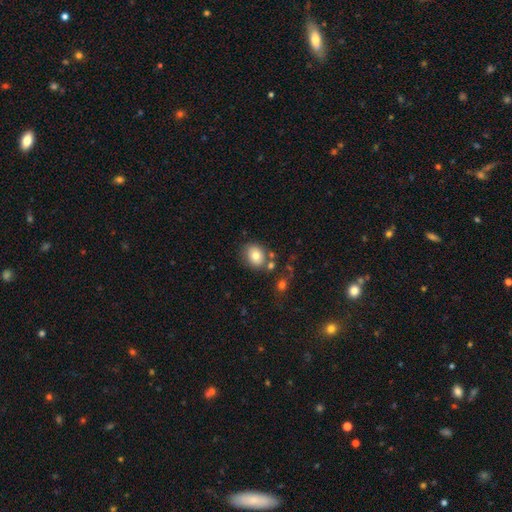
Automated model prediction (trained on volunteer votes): The model was most divided on "how rounded": round: 54%, in between: 45%, cigar-shaped: 1%. More confident: smooth or featured — smooth (78%); merging — none (71%).